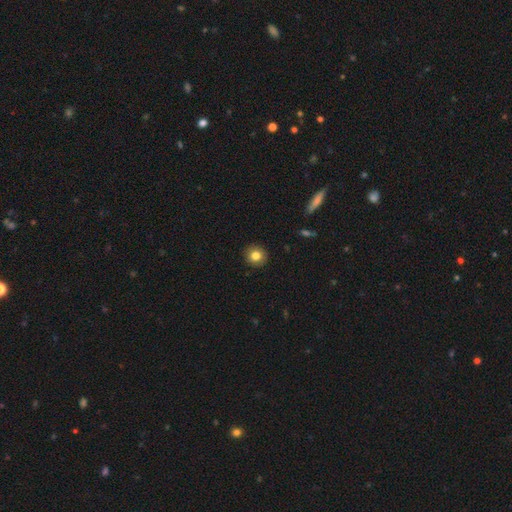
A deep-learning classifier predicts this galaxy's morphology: smooth-or-featured: smooth: 82% | star or artifact: 10% | featured or disk: 8%
  how-rounded: round: 91% | in between: 8% | cigar-shaped: 1%
  merging: none: 92% | minor disturbance: 5% | major disturbance: 2% | merger: 1%